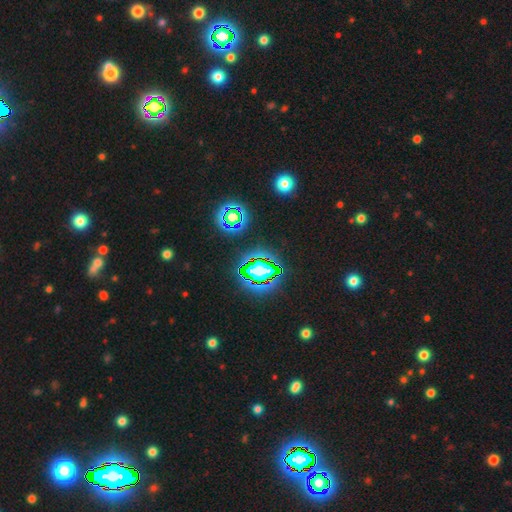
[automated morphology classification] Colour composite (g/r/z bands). It shows a star or artifact, not a galaxy (82%).